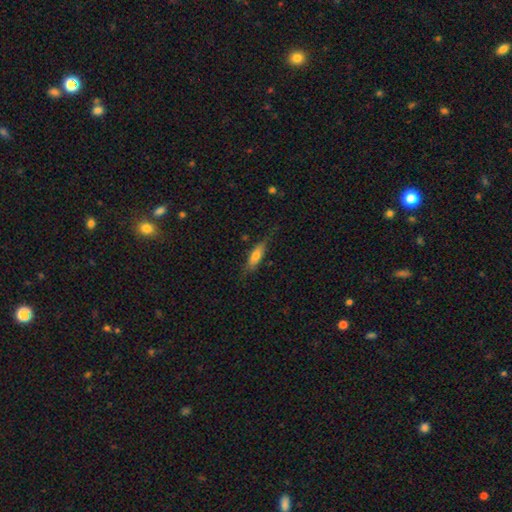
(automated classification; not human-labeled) Smooth or featured? smooth (62%)
How rounded? cigar-shaped (54%)
Merging? none (70%)